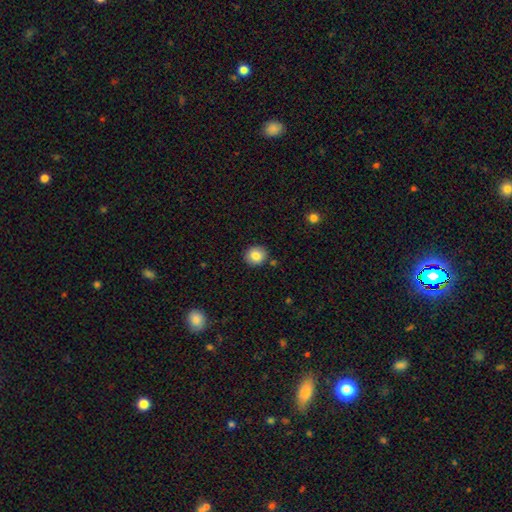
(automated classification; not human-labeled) A smooth galaxy with no disk features (84%) that is round (82%). Merging: none (87%).